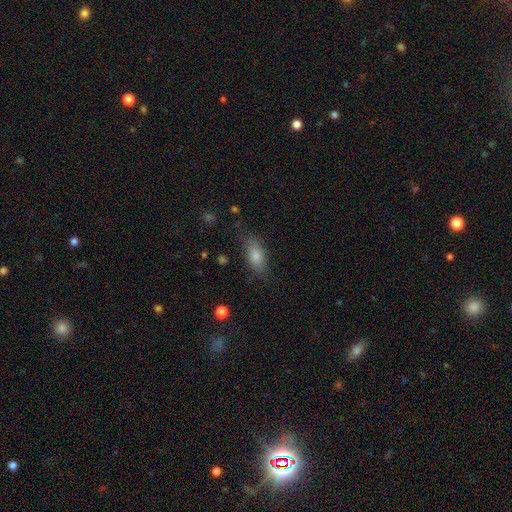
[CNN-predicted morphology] Smooth or featured? smooth (81%)
How rounded? in between (85%)
Merging? none (75%)